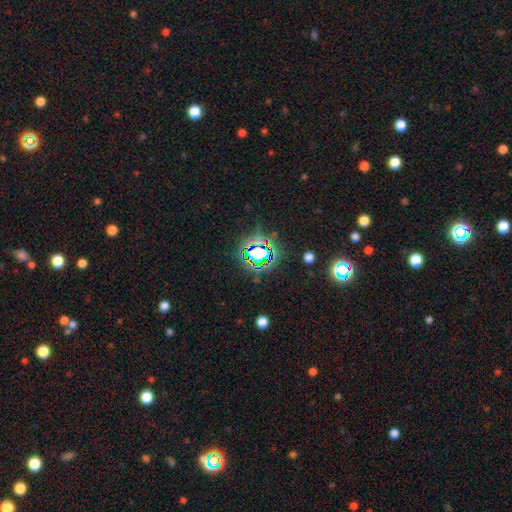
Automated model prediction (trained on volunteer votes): Q: Smooth or featured?
A: star or artifact (68%); runner-up: smooth (20%)